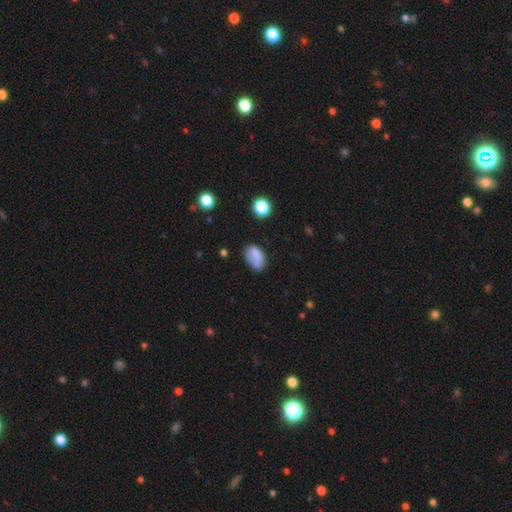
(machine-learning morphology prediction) Q: Smooth or featured?
A: smooth (75%); runner-up: featured or disk (15%)
Q: How rounded?
A: in between (88%); runner-up: round (10%)
Q: Merging?
A: none (57%); runner-up: minor disturbance (27%)